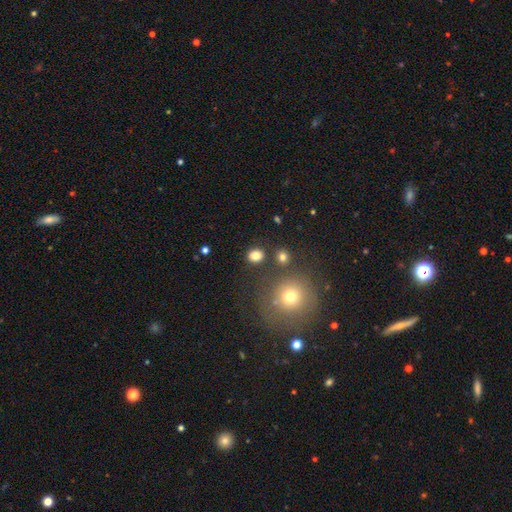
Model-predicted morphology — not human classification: smooth-or-featured: smooth: 81% | star or artifact: 14% | featured or disk: 6%
  how-rounded: round: 69% | in between: 30% | cigar-shaped: 1%
  merging: none: 83% | minor disturbance: 8% | merger: 5% | major disturbance: 3%